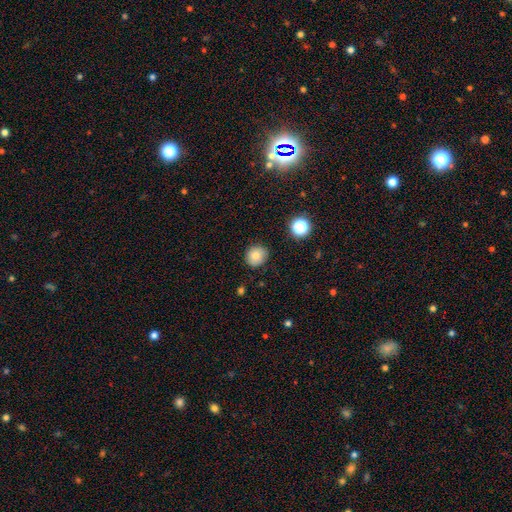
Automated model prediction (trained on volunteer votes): Q: Smooth or featured?
A: smooth (82%); runner-up: star or artifact (11%)
Q: How rounded?
A: round (83%); runner-up: in between (17%)
Q: Merging?
A: none (85%); runner-up: minor disturbance (11%)